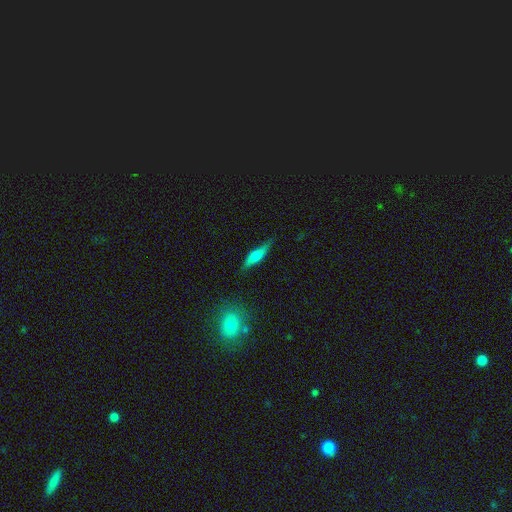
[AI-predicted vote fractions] A smooth galaxy with no disk features (53%) that is cigar-shaped (73%). Merging: none (77%).